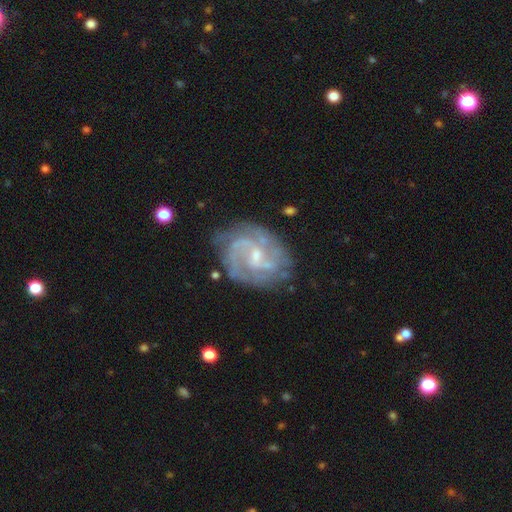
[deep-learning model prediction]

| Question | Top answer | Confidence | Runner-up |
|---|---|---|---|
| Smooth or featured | featured or disk | 88% | smooth (6%) |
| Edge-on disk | no | 98% | yes (2%) |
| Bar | weak | 54% | no (34%) |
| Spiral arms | yes | 96% | no (4%) |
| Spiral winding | medium | 47% | tight (41%) |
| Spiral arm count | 2 | 58% | 3 (16%) |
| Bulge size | small | 58% | moderate (33%) |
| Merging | none | 71% | minor disturbance (19%) |